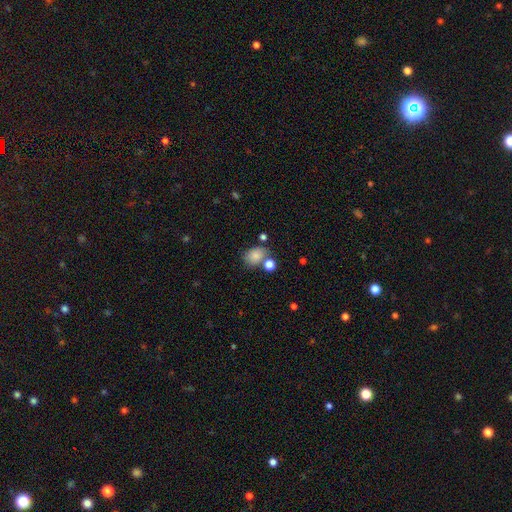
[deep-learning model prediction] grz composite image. It shows a smooth galaxy with no disk features (81%) that is in between round and cigar-shaped (63%). Merging: none (62%).